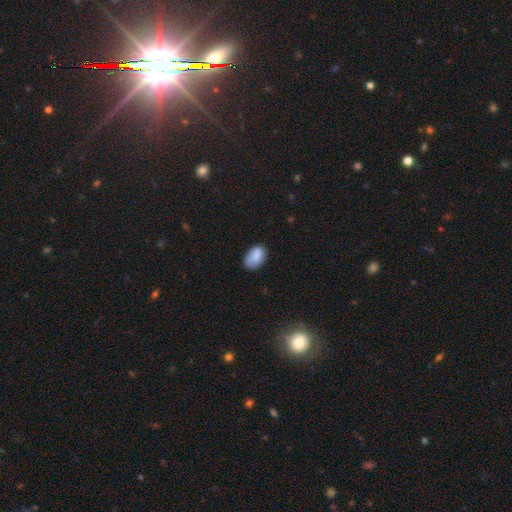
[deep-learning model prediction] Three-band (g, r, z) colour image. It shows a smooth galaxy with no disk features (84%) that is in between round and cigar-shaped (89%). Merging: none (66%).